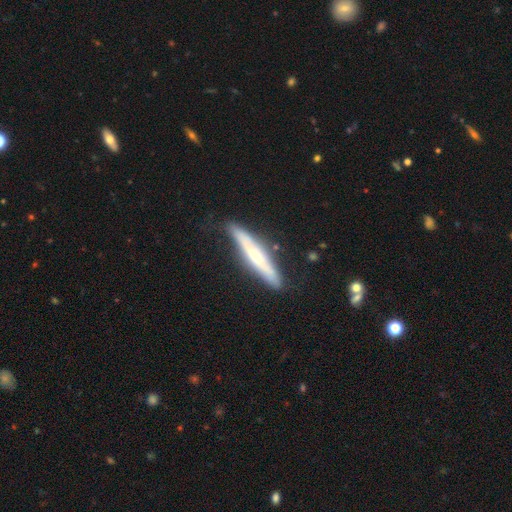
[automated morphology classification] This is possibly a featured or disk galaxy (52%). It is clearly viewed edge-on (91%). Merging: clearly none (80%).